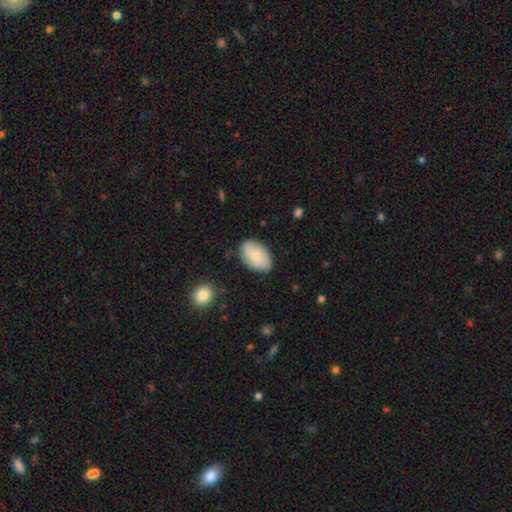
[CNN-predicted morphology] type=smooth (66%); roundness=in between (91%); merging=none (78%).